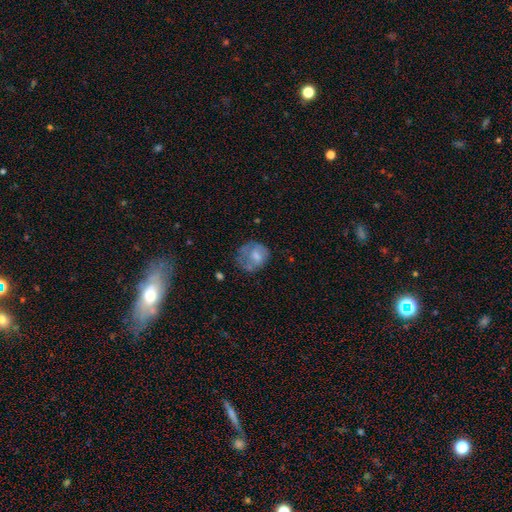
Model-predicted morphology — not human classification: Q: Smooth or featured?
A: smooth (60%); runner-up: featured or disk (31%)
Q: How rounded?
A: round (69%); runner-up: in between (30%)
Q: Merging?
A: none (44%); runner-up: minor disturbance (28%)